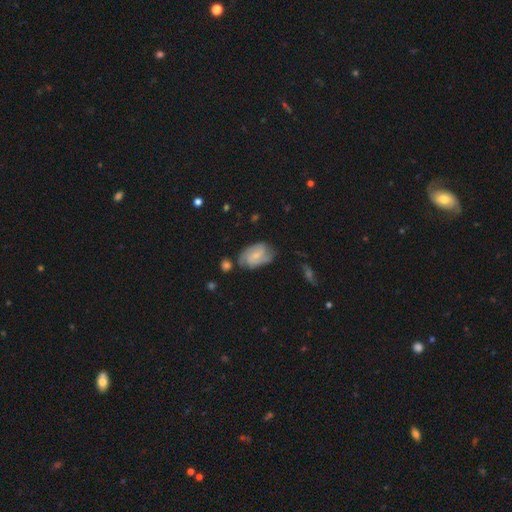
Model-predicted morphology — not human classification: A featured or disk galaxy (67%) with no bar (48%), 2 (39%) medium (43%) spiral arms (91%) and a small central bulge (60%). Merging: none (61%).